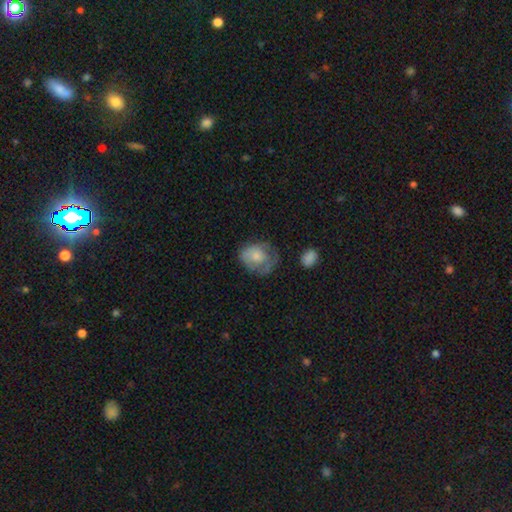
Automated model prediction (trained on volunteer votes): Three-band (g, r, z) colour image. It shows a smooth galaxy with no disk features (63%) that is round (60%). Merging: none (43%).